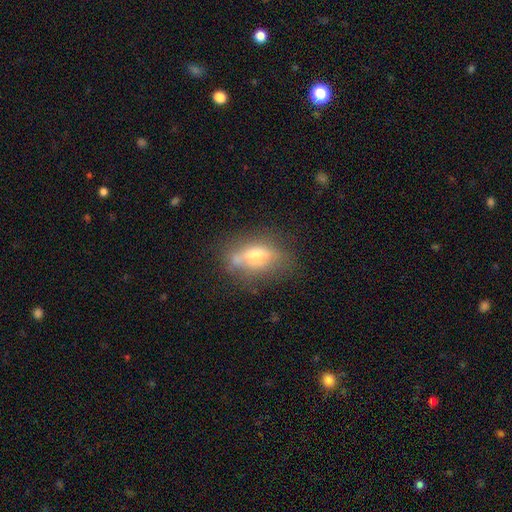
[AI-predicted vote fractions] The model was most divided on "smooth or featured": smooth: 47%, featured or disk: 42%, star or artifact: 11%. More confident: merging — none (52%).